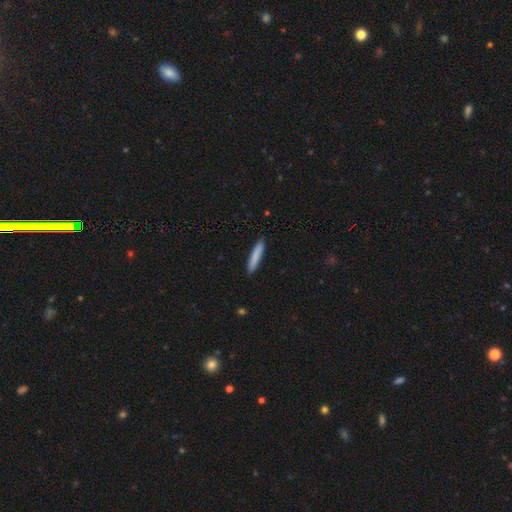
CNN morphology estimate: Overall: smooth (84%). How rounded: cigar-shaped (91%). Merging: none (90%).